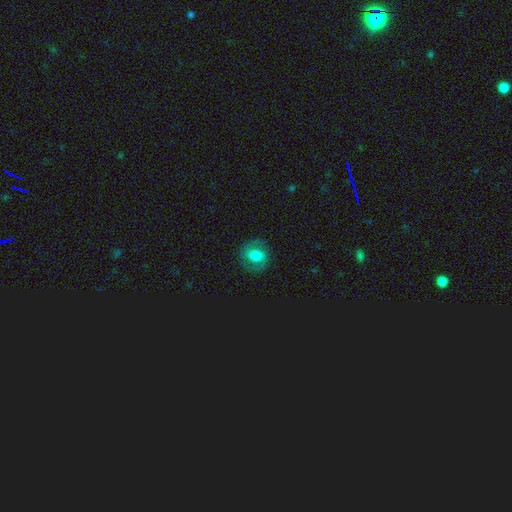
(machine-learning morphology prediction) Smooth or featured: smooth — 47% (featured or disk — 42%)
Merging: none — 79% (minor disturbance — 13%)